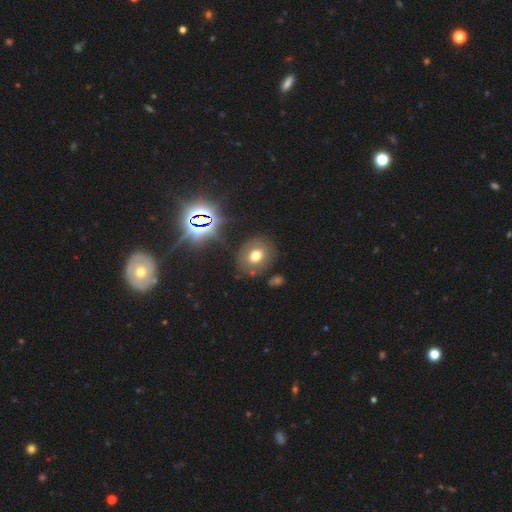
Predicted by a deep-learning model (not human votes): Smooth or featured? Predicted: smooth (p=0.62). How rounded? Predicted: round (p=0.59). Merging? Predicted: none (p=0.81).